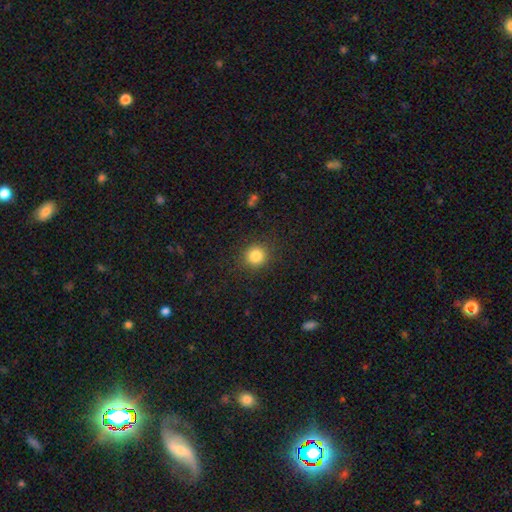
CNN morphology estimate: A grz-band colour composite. It shows a smooth galaxy with no disk features (84%) that is round (91%). Merging: none (89%).